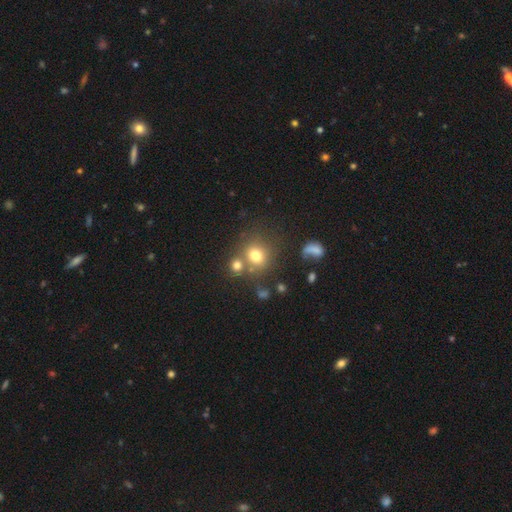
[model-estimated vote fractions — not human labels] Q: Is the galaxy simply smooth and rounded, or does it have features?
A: smooth — 73%.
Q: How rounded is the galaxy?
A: round — 81%.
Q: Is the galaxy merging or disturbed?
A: none — 62%.